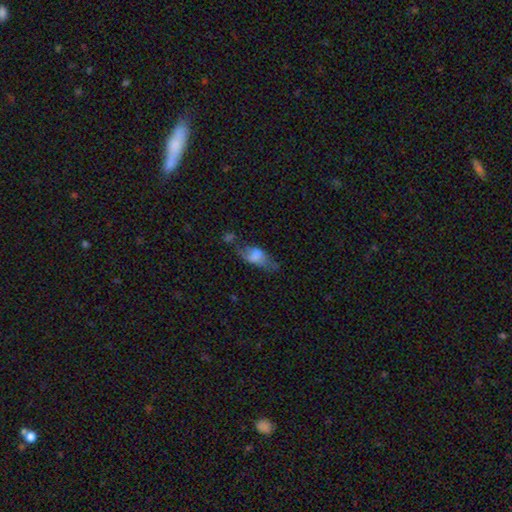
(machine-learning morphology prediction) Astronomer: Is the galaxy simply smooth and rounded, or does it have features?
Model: smooth — 54% (runner-up: featured or disk, 35%).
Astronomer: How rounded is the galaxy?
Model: in between — 85%.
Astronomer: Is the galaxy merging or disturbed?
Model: major disturbance — 36% (runner-up: none, 29%).